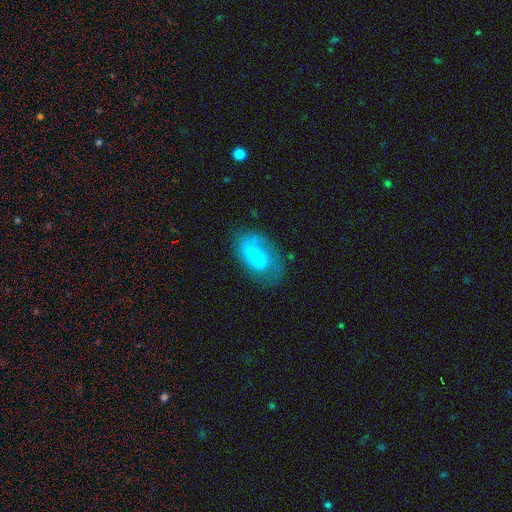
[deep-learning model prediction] smooth_or_featured: smooth (p=0.53) [alt: featured or disk p=0.39]
how_rounded: in between (p=0.88) [alt: cigar-shaped p=0.06]
merging: none (p=0.54) [alt: minor disturbance p=0.26]